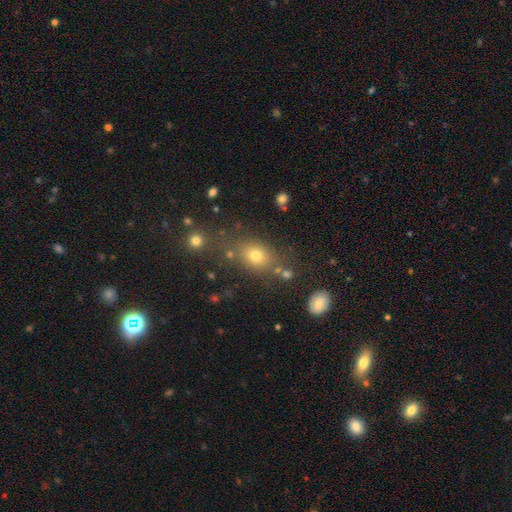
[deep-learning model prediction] This is likely a smooth galaxy (69%). How rounded: possibly in between (58%). Merging: likely none (71%).